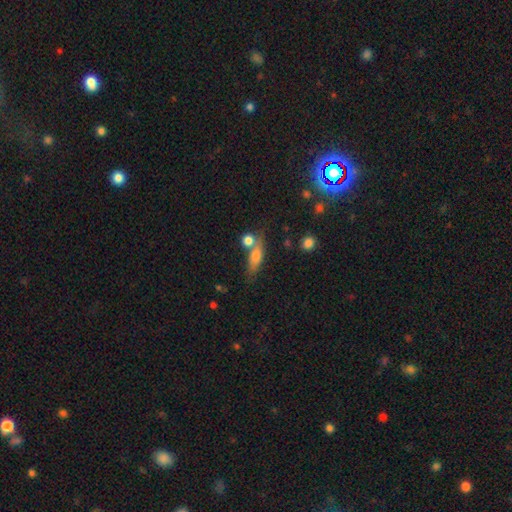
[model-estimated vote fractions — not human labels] Smooth or featured: smooth — 69% (featured or disk — 22%)
How rounded: in between — 52% (cigar-shaped — 40%)
Merging: none — 49% (merger — 31%)